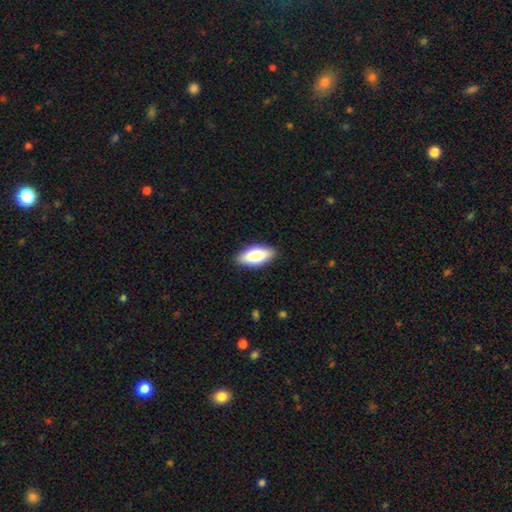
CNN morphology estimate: smooth 82%, featured or disk 12%, star or artifact 6%. Down the decision tree: how rounded — in between (90%); merging — none (88%).